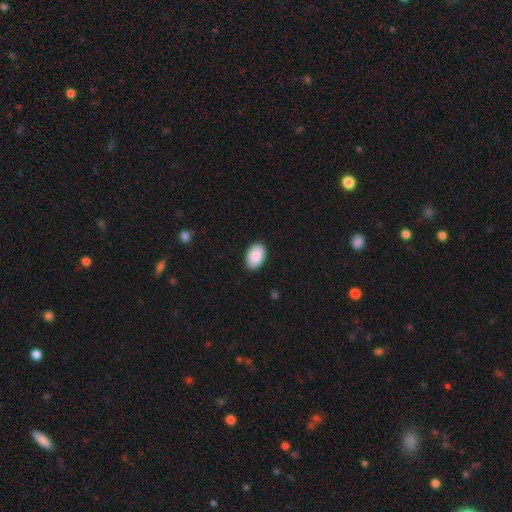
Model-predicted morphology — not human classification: type=smooth (90%); roundness=in between (91%); merging=none (88%).